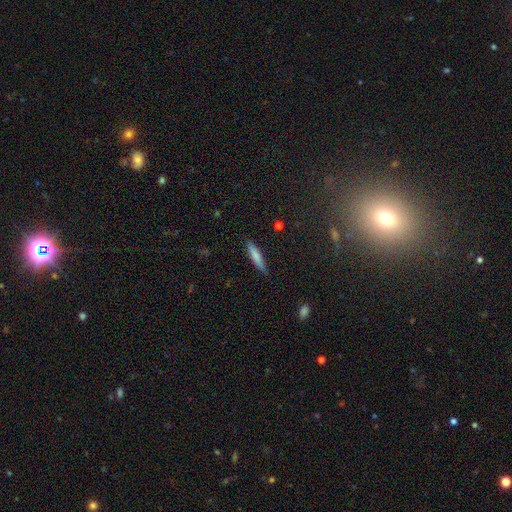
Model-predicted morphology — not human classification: Q: Smooth or featured?
A: smooth (75%); runner-up: featured or disk (18%)
Q: How rounded?
A: cigar-shaped (87%); runner-up: in between (12%)
Q: Merging?
A: none (84%); runner-up: minor disturbance (13%)